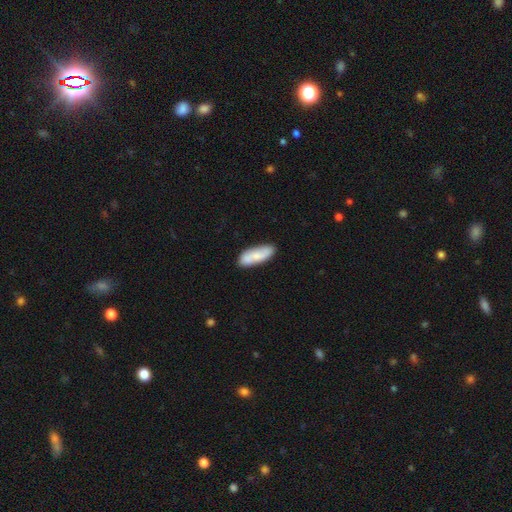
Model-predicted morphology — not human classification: smooth_or_featured: smooth (p=0.71) [alt: featured or disk p=0.23]
how_rounded: in between (p=0.67) [alt: cigar-shaped p=0.31]
merging: none (p=0.77) [alt: minor disturbance p=0.15]